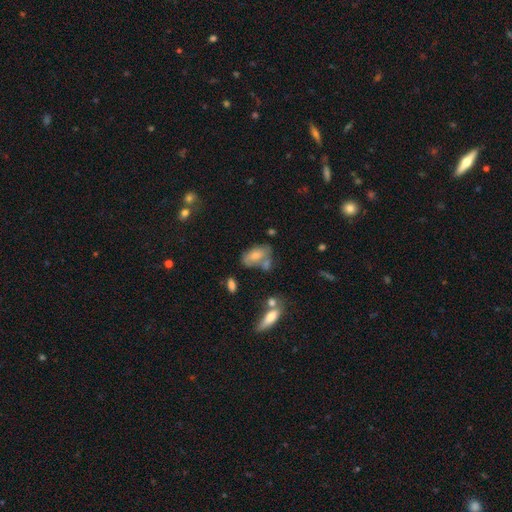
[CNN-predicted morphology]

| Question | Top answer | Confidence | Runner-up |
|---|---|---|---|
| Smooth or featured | smooth | 61% | featured or disk (30%) |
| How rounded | in between | 89% | round (8%) |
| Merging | none | 43% | minor disturbance (25%) |